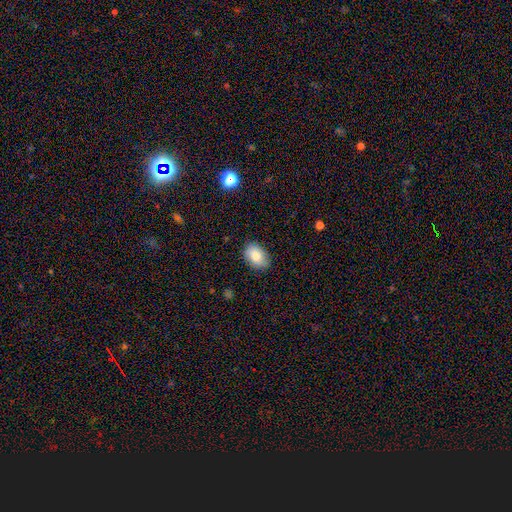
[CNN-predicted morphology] Smooth or featured? Predicted: smooth (p=0.81). How rounded? Predicted: in between (p=0.85). Merging? Predicted: none (p=0.84).